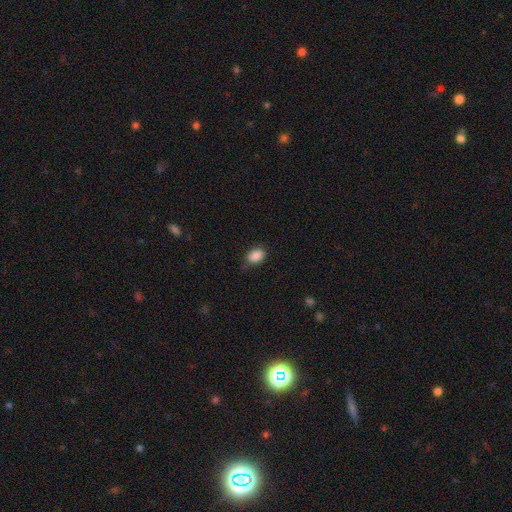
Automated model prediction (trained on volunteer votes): This appears to be a smooth galaxy with no disk features (88%) that is in between round and cigar-shaped (80%). Merging: none (78%).